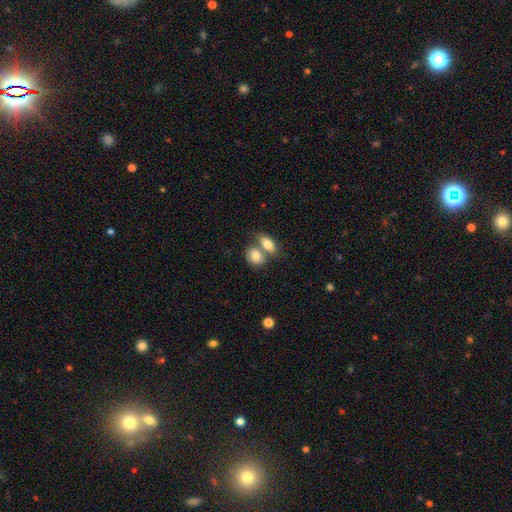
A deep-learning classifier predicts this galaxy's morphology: smooth 77%, featured or disk 16%, star or artifact 7%. Down the decision tree: how rounded — in between (62%); merging — merger (56%).